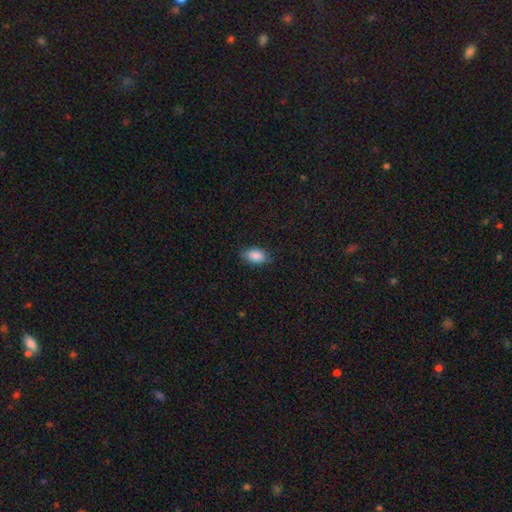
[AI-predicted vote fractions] A smooth galaxy with no disk features (89%) that is in between round and cigar-shaped (90%). Merging: none (83%).